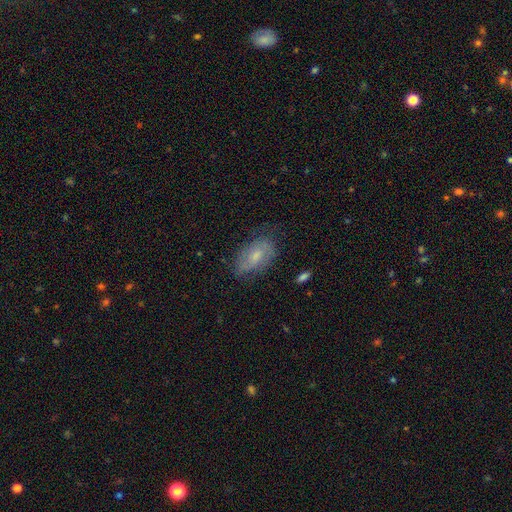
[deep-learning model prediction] smooth_or_featured: featured or disk (p=0.47) [alt: smooth p=0.44]
merging: none (p=0.66) [alt: minor disturbance p=0.24]